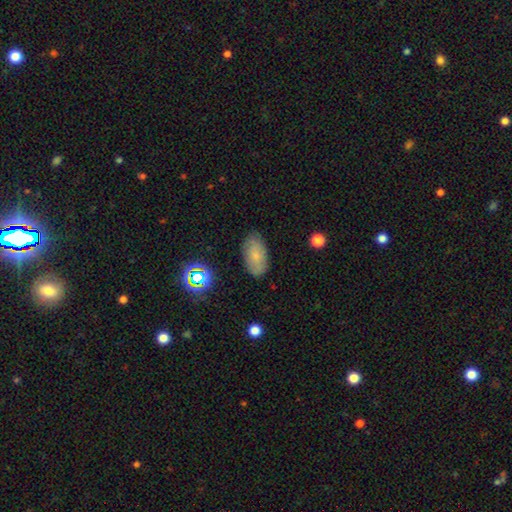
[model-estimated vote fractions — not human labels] Smooth or featured: smooth — 69% (featured or disk — 21%)
How rounded: in between — 93% (round — 5%)
Merging: none — 81% (minor disturbance — 14%)